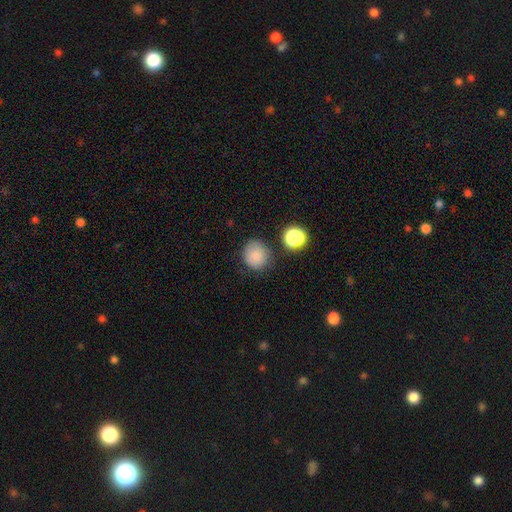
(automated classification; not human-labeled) smooth-or-featured: smooth: 81% | star or artifact: 11% | featured or disk: 8%
  how-rounded: round: 82% | in between: 18% | cigar-shaped: 1%
  merging: none: 74% | minor disturbance: 16% | merger: 5% | major disturbance: 5%